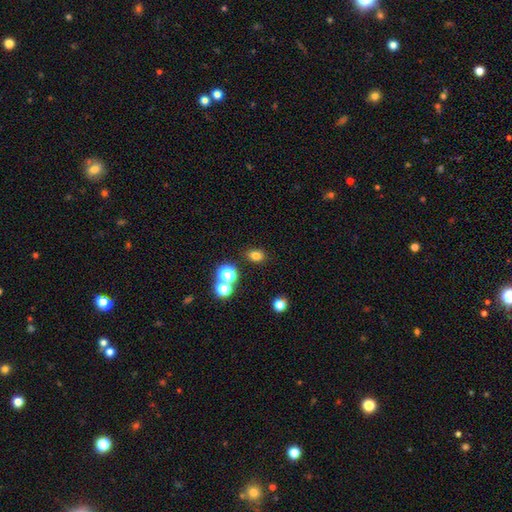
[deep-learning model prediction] Smooth or featured: smooth — 76% (star or artifact — 17%)
How rounded: in between — 52% (round — 46%)
Merging: none — 82% (minor disturbance — 9%)